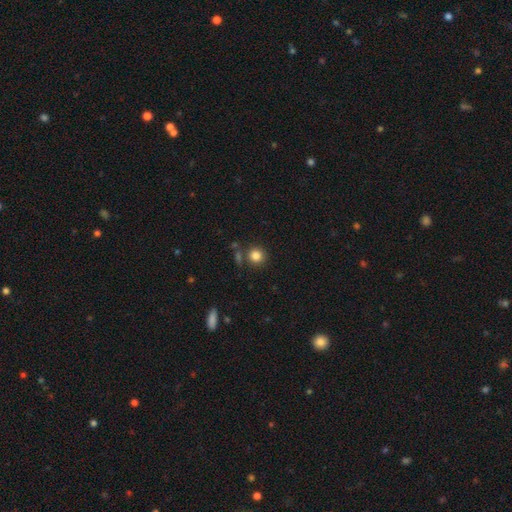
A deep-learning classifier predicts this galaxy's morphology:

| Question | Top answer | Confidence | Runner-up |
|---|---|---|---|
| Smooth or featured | smooth | 84% | star or artifact (11%) |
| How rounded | round | 89% | in between (10%) |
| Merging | none | 78% | minor disturbance (10%) |